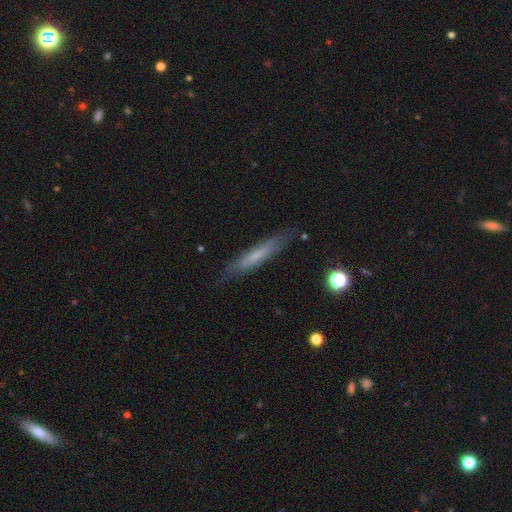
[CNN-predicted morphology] The model was most divided on "smooth or featured": smooth: 50%, featured or disk: 43%, star or artifact: 7%. More confident: how rounded — cigar-shaped (91%); merging — none (83%).